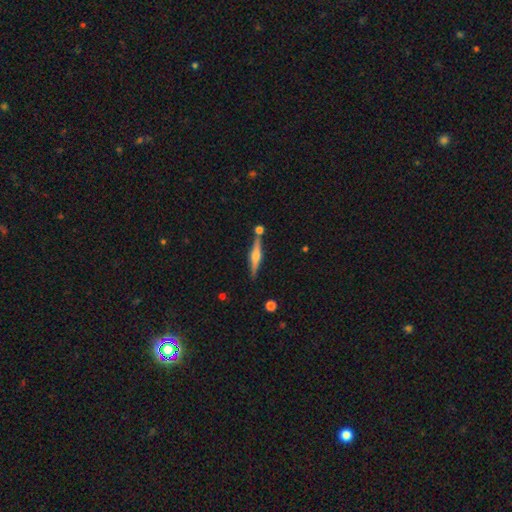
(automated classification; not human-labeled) Q: Smooth or featured?
A: featured or disk (69%); runner-up: smooth (24%)
Q: Edge-on disk?
A: yes (97%); runner-up: no (3%)
Q: Edge-on bulge?
A: rounded (81%); runner-up: boxy (14%)
Q: Merging?
A: none (80%); runner-up: minor disturbance (9%)